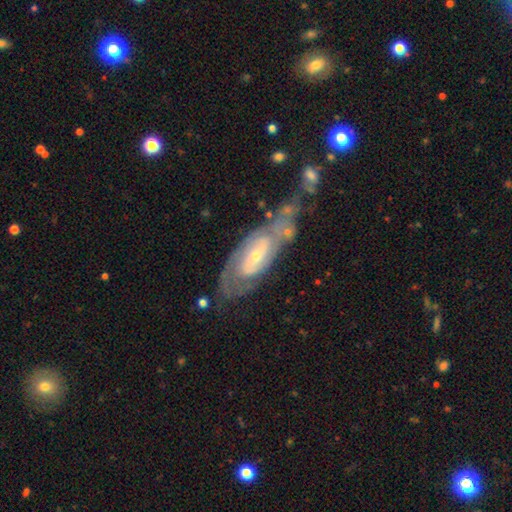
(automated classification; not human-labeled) Smooth or featured?
  - featured or disk: 80% *
  - smooth: 14%
  - star or artifact: 6%
Edge-on disk?
  - no: 90% *
  - yes: 10%
Bar?
  - no: 45% *
  - weak: 39%
  - strong: 15%
Spiral arms?
  - yes: 87% *
  - no: 13%
Spiral winding?
  - tight: 61% *
  - medium: 30%
  - loose: 9%
Spiral arm count?
  - 2: 49% *
  - can't tell: 36%
  - 3: 6%
  - 1: 5%
  - 4: 2%
  - more than 4: 2%
Bulge size?
  - small: 57% *
  - moderate: 39%
  - large: 2%
  - none: 1%
  - dominant: 1%
Merging?
  - none: 47% *
  - minor disturbance: 24%
  - major disturbance: 18%
  - merger: 12%